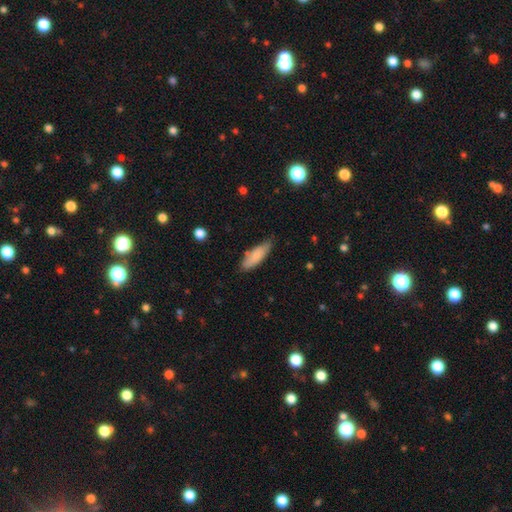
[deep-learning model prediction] smooth-or-featured: smooth: 82% | featured or disk: 12% | star or artifact: 6%
  how-rounded: in between: 58% | cigar-shaped: 40% | round: 2%
  merging: none: 70% | minor disturbance: 23% | major disturbance: 4% | merger: 3%